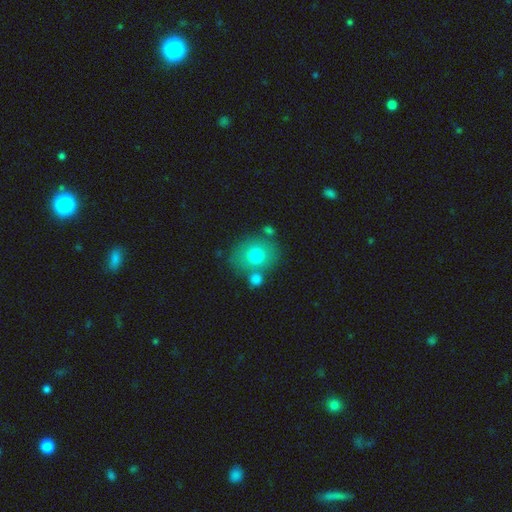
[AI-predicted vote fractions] This is likely a smooth galaxy (73%). How rounded: likely round (70%). Merging: likely none (64%).